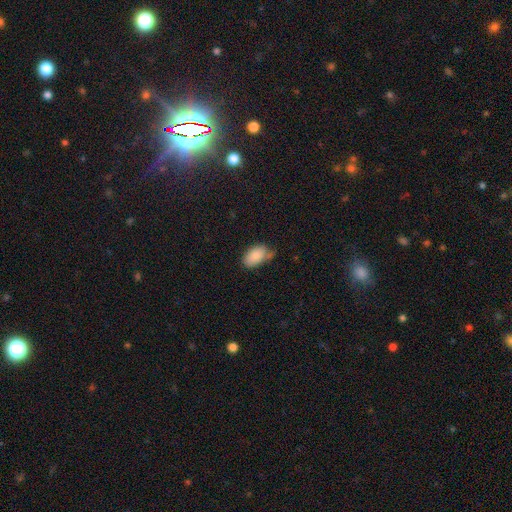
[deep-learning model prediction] The model was most divided on "merging": none: 53%, minor disturbance: 33%, major disturbance: 8%, merger: 5%. More confident: how rounded — in between (94%); smooth or featured — smooth (85%).